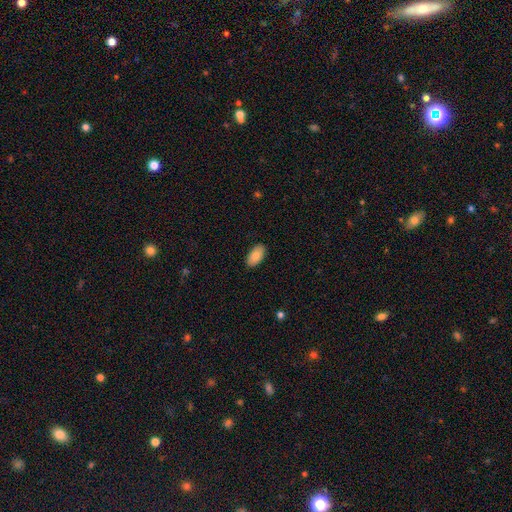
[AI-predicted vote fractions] Overall: smooth (85%). How rounded: in between (95%). Merging: none (89%).